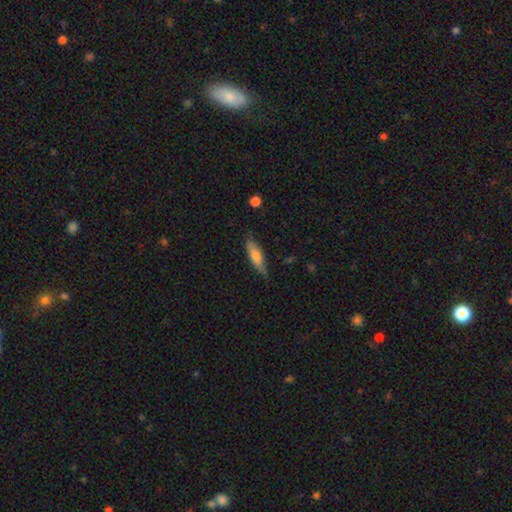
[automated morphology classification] Smooth or featured? Predicted: smooth (p=0.64). How rounded? Predicted: cigar-shaped (p=0.62). Merging? Predicted: none (p=0.71).